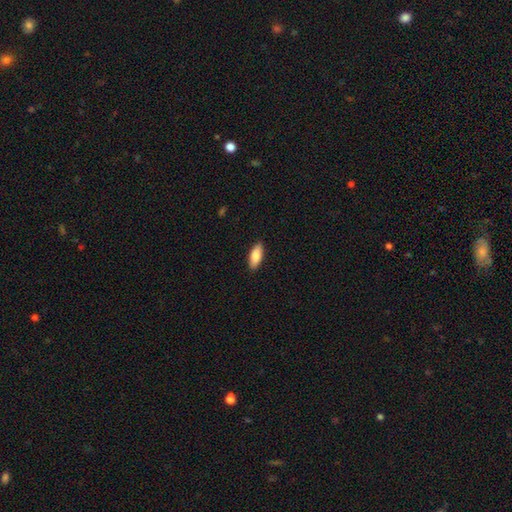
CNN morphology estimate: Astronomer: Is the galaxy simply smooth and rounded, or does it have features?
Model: smooth — 86%.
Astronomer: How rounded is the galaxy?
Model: in between — 77%.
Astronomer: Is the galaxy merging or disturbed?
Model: none — 89%.